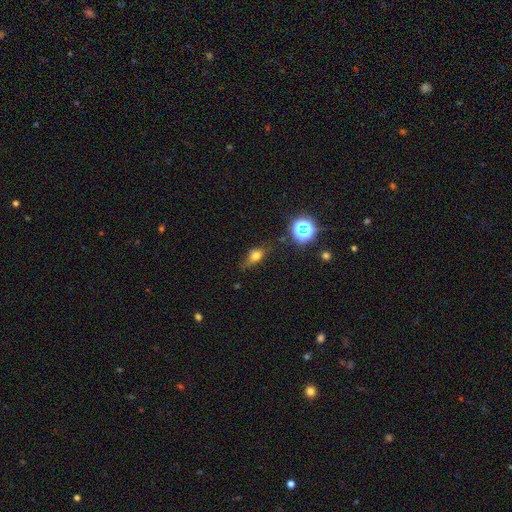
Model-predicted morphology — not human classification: Smooth or featured: smooth — 67% (star or artifact — 17%)
How rounded: in between — 67% (round — 21%)
Merging: none — 64% (minor disturbance — 25%)